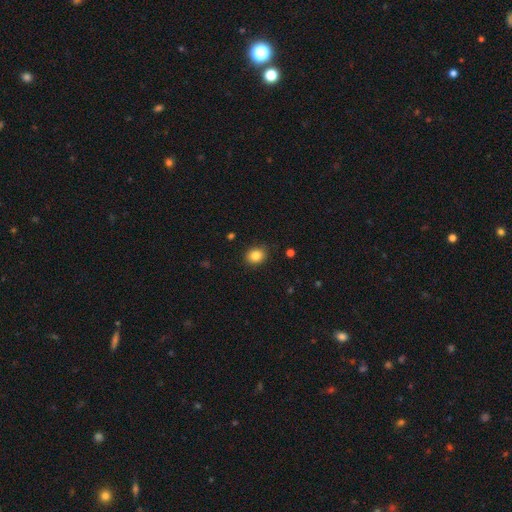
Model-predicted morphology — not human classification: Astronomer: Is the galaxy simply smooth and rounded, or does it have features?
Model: smooth — 84%.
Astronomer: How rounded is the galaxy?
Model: round — 58% (runner-up: in between, 41%).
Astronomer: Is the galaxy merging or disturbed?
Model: none — 87%.